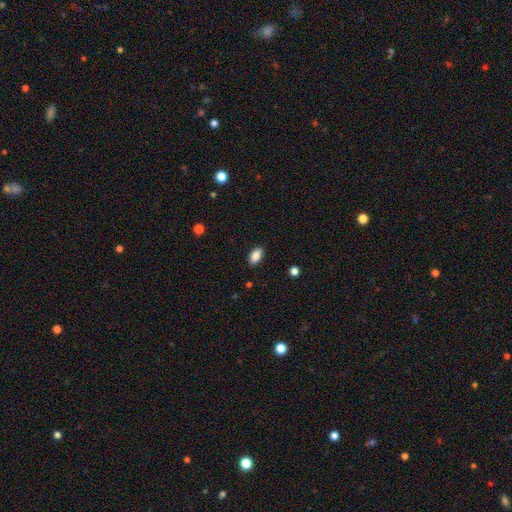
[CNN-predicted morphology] A smooth galaxy with no disk features (85%) that is in between round and cigar-shaped (92%). Merging: none (88%).